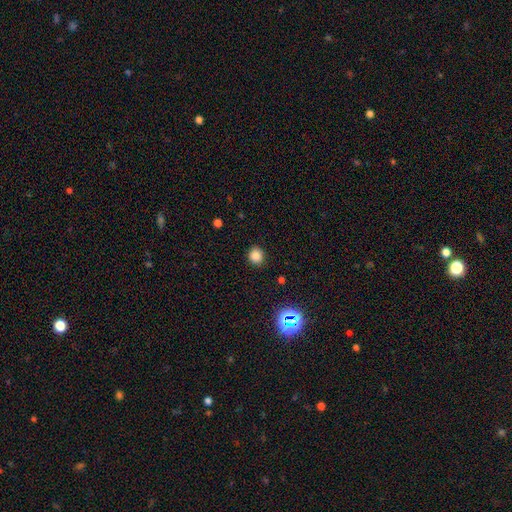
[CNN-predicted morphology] Smooth or featured? Predicted: smooth (p=0.83). How rounded? Predicted: round (p=0.84). Merging? Predicted: none (p=0.89).